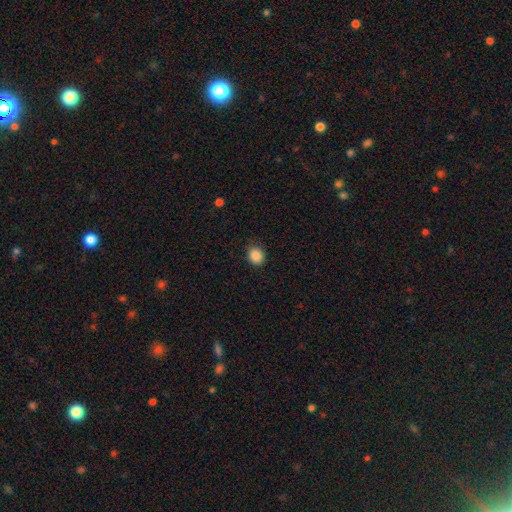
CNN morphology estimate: Smooth or featured? smooth (88%)
How rounded? round (67%)
Merging? none (87%)